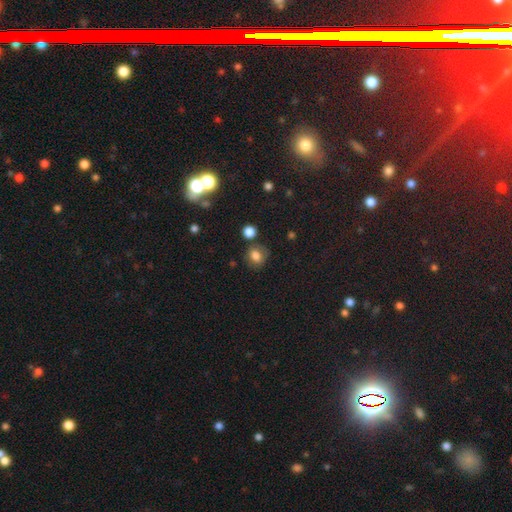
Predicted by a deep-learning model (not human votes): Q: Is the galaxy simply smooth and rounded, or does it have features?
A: smooth — 79%.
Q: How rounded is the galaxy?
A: round — 64%.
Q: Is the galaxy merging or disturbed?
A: none — 73%.